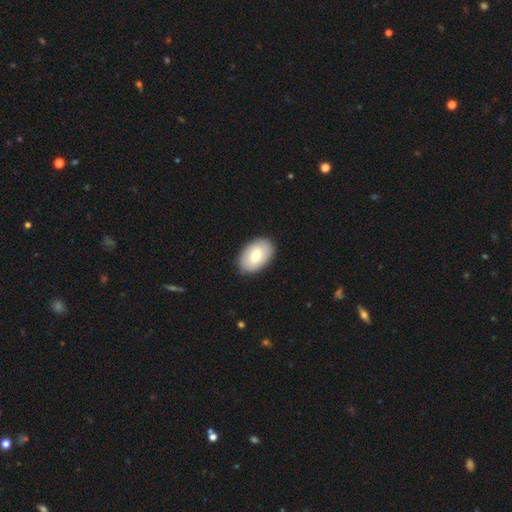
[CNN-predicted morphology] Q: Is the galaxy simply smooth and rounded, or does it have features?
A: smooth — 71%.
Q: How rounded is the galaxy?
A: in between — 90%.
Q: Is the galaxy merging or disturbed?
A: none — 87%.